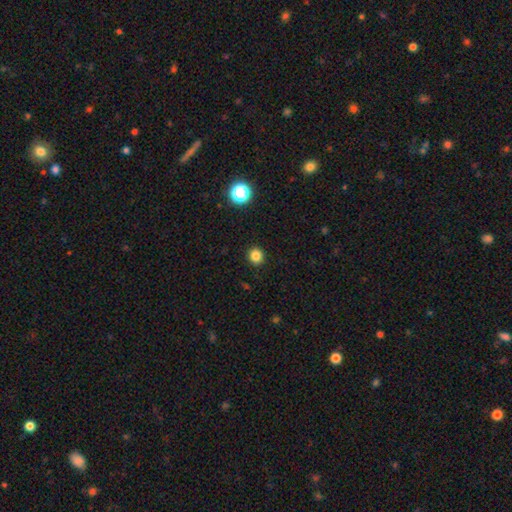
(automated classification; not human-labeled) A smooth galaxy with no disk features (83%) that is round (90%). Merging: none (92%).